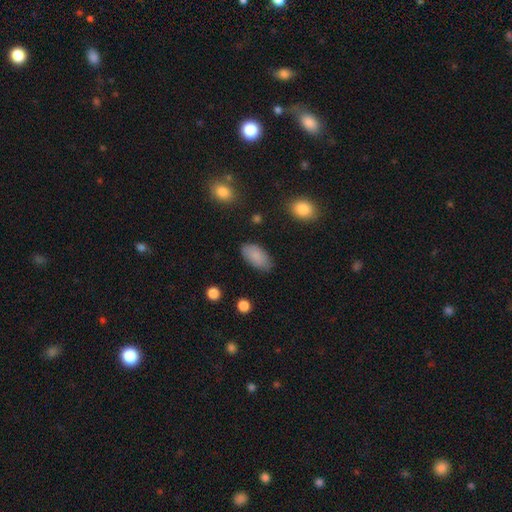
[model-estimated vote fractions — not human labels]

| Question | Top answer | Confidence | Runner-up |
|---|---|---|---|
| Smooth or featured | smooth | 86% | featured or disk (7%) |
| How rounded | in between | 94% | cigar-shaped (4%) |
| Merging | none | 81% | minor disturbance (14%) |